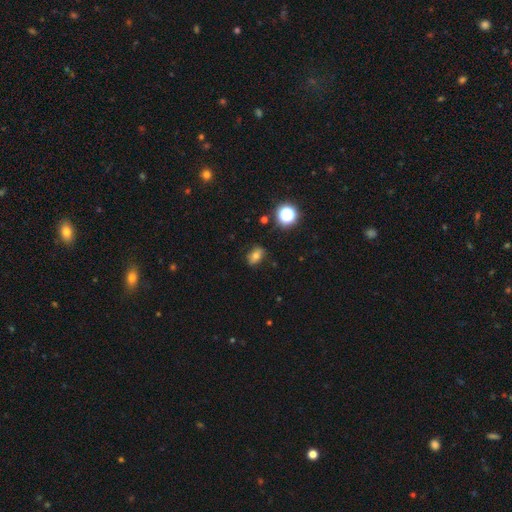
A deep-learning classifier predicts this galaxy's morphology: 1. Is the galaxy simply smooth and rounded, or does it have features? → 69% smooth, 17% star or artifact, 14% featured or disk.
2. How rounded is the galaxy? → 78% in between, 19% round, 3% cigar-shaped.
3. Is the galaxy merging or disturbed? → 81% none, 14% minor disturbance, 3% major disturbance, 2% merger.